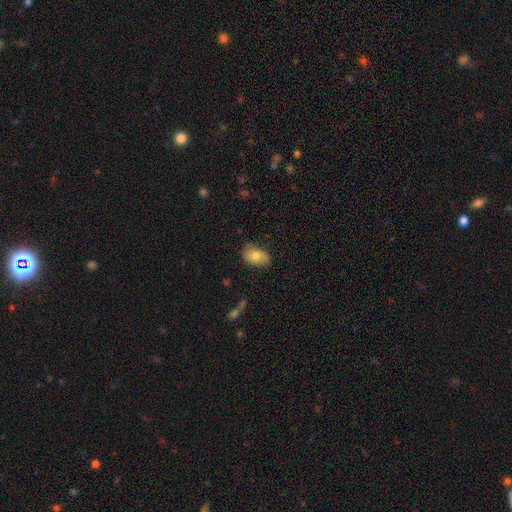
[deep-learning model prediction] The model was most divided on "merging": none: 74%, minor disturbance: 21%, major disturbance: 4%, merger: 1%. More confident: how rounded — in between (86%); smooth or featured — smooth (79%).